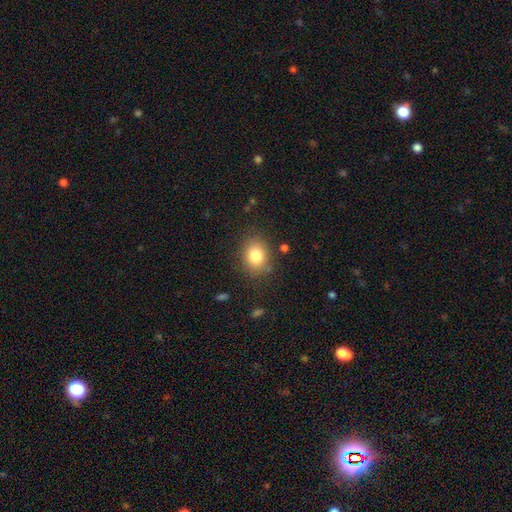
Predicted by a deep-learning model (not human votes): Smooth or featured?
  - smooth: 82% *
  - star or artifact: 10%
  - featured or disk: 8%
How rounded?
  - round: 52% *
  - in between: 47%
  - cigar-shaped: 1%
Merging?
  - none: 83% *
  - minor disturbance: 11%
  - major disturbance: 4%
  - merger: 2%